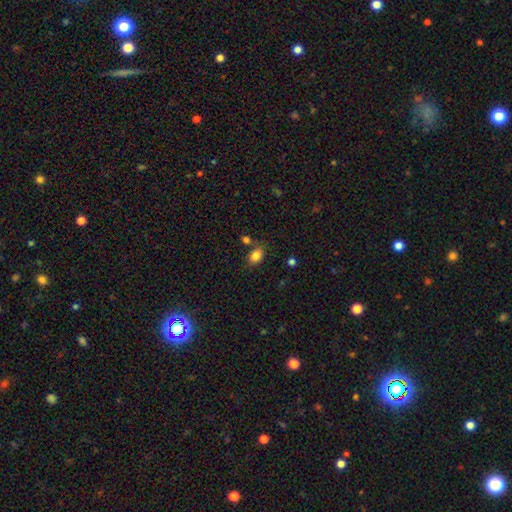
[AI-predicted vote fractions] A smooth galaxy with no disk features (84%) that is in between round and cigar-shaped (77%). Merging: none (72%).